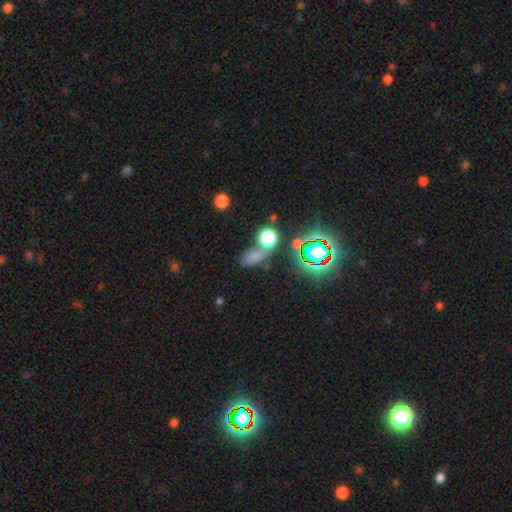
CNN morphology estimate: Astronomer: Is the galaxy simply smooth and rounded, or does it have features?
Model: smooth — 61%.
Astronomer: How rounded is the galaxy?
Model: in between — 63%.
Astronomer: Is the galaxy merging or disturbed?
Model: none — 47% (runner-up: merger, 26%).